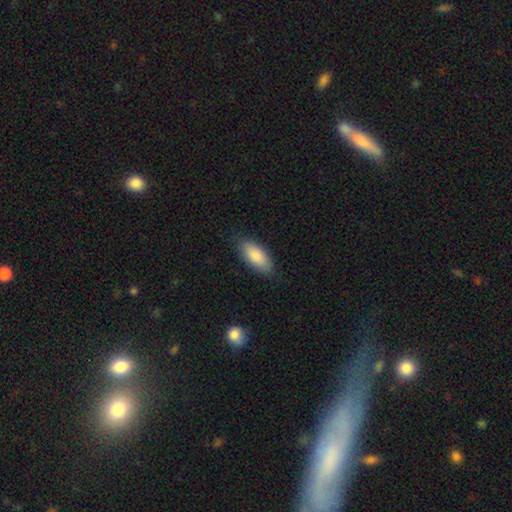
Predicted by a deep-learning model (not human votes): smooth_or_featured: smooth (p=0.86) [alt: featured or disk p=0.08]
how_rounded: in between (p=0.86) [alt: cigar-shaped p=0.12]
merging: none (p=0.84) [alt: minor disturbance p=0.13]